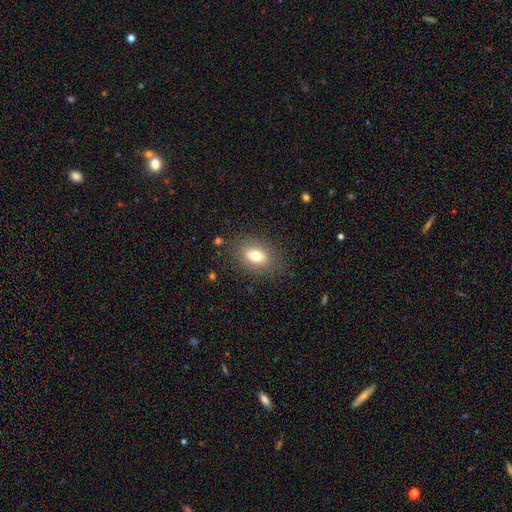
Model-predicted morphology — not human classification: smooth_or_featured: smooth (p=0.71) [alt: featured or disk p=0.19]
how_rounded: in between (p=0.74) [alt: round p=0.22]
merging: none (p=0.84) [alt: minor disturbance p=0.11]